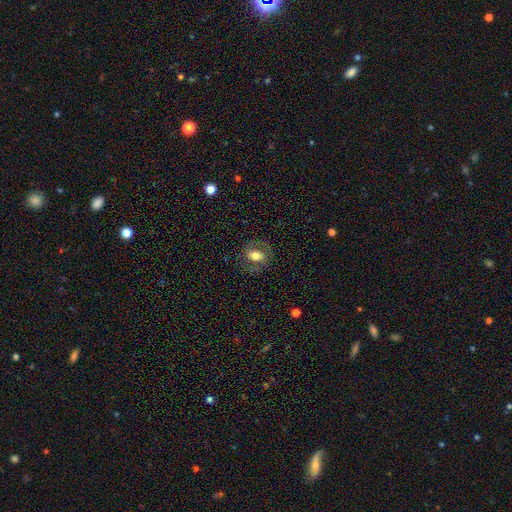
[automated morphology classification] This appears to be a smooth galaxy with no disk features (57%) that is in between round and cigar-shaped (64%). Merging: none (77%).